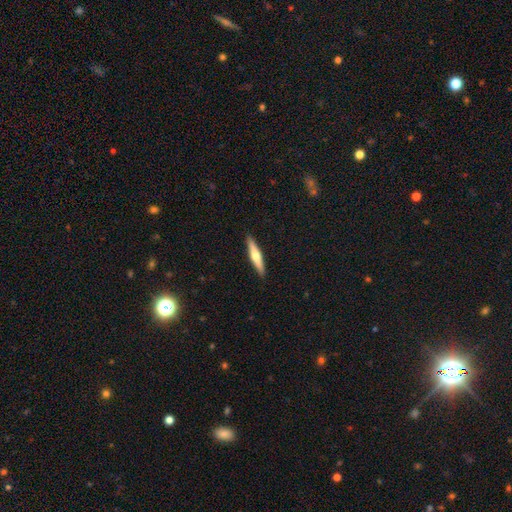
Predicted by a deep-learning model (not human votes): featured or disk 50%, smooth 45%, star or artifact 5%. Down the decision tree: merging — none (91%).